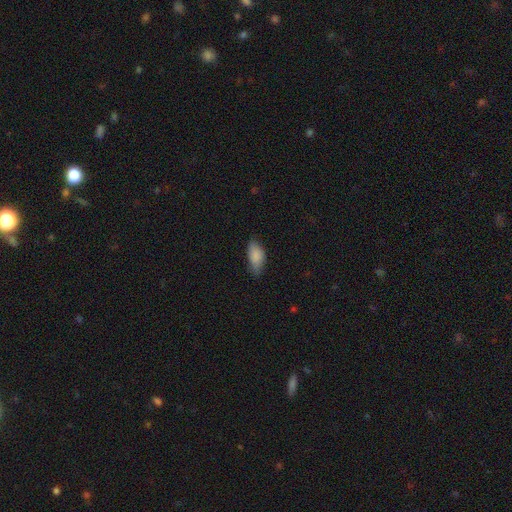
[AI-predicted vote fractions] The model was most divided on "merging": none: 66%, minor disturbance: 27%, major disturbance: 5%, merger: 1%. More confident: how rounded — in between (88%); smooth or featured — smooth (85%).